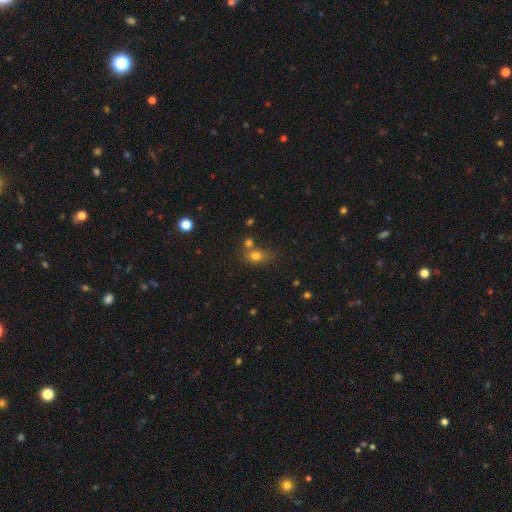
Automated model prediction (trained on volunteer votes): Smooth or featured? smooth (75%)
How rounded? in between (54%)
Merging? none (52%)